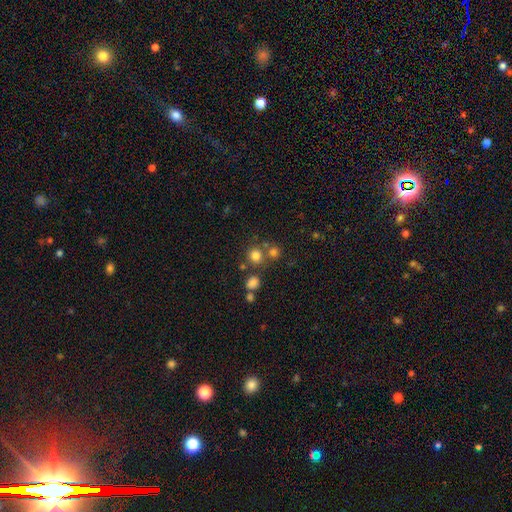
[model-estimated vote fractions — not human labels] smooth_or_featured: smooth (p=0.76) [alt: star or artifact p=0.16]
how_rounded: round (p=0.87) [alt: in between p=0.12]
merging: none (p=0.68) [alt: merger p=0.20]